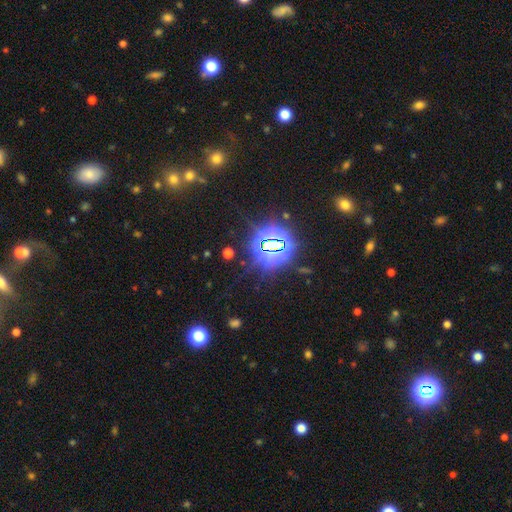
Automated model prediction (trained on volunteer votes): Overall: star or artifact (77%).